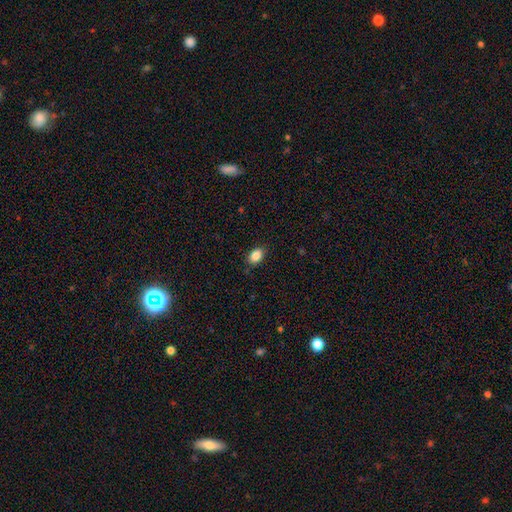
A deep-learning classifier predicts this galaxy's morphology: This is clearly a smooth galaxy (86%). How rounded: clearly in between (81%). Merging: clearly none (85%).